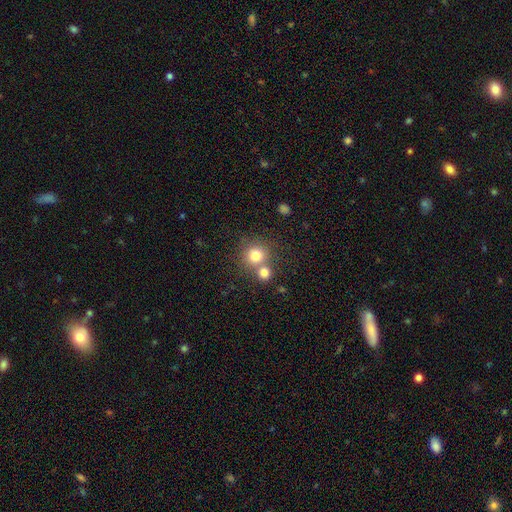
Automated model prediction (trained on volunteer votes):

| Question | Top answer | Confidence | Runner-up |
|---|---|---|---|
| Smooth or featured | smooth | 76% | star or artifact (13%) |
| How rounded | round | 90% | in between (9%) |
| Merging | none | 55% | merger (35%) |